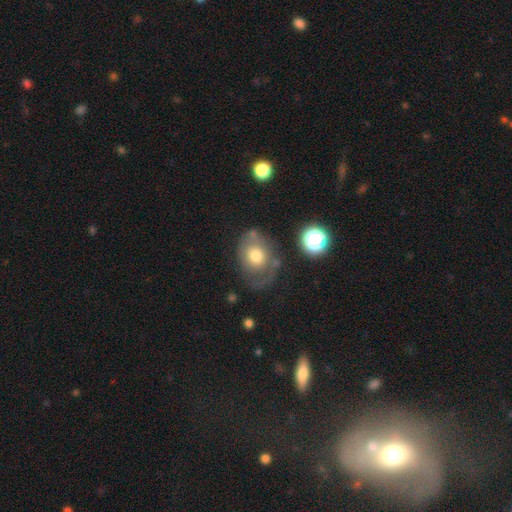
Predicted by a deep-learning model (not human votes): This is possibly a smooth galaxy (59%). How rounded: possibly in between (54%). Merging: possibly none (51%).